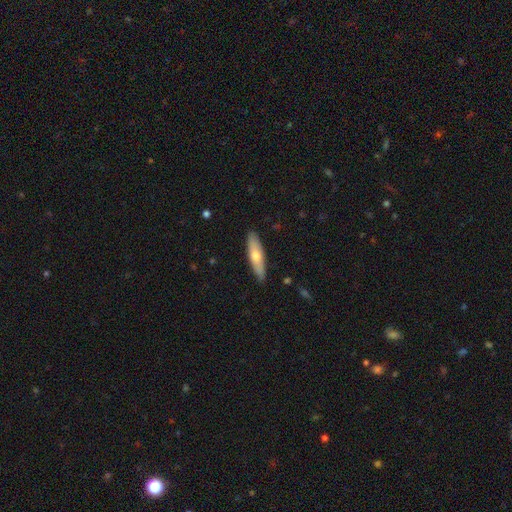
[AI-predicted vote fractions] The model was most divided on "smooth or featured": smooth: 59%, featured or disk: 35%, star or artifact: 5%. More confident: merging — none (88%); how rounded — cigar-shaped (70%).